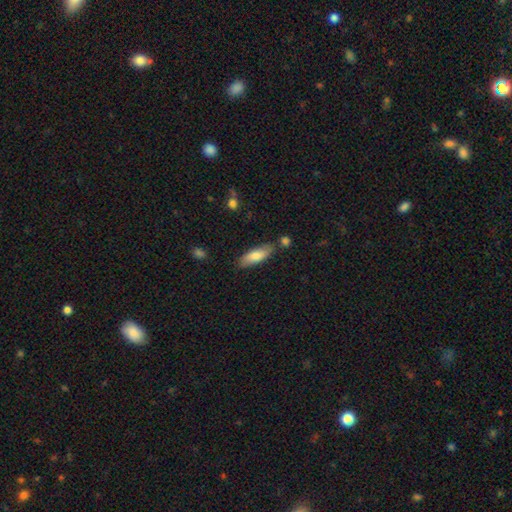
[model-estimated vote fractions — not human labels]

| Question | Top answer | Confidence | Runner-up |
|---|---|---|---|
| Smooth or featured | smooth | 77% | featured or disk (17%) |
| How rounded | in between | 60% | cigar-shaped (38%) |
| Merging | none | 76% | minor disturbance (15%) |